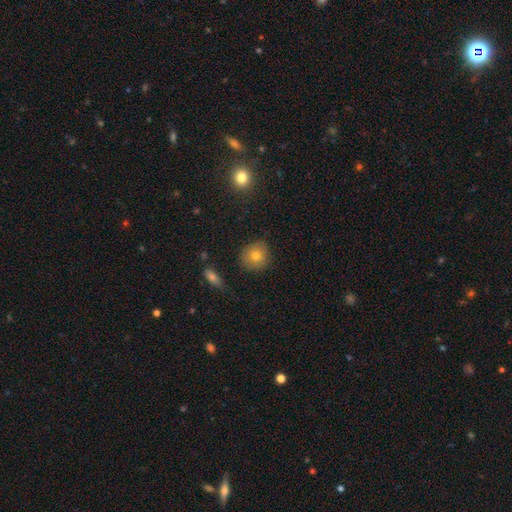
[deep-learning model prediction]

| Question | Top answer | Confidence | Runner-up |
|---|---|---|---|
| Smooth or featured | smooth | 75% | featured or disk (15%) |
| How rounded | round | 87% | in between (12%) |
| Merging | none | 82% | minor disturbance (13%) |